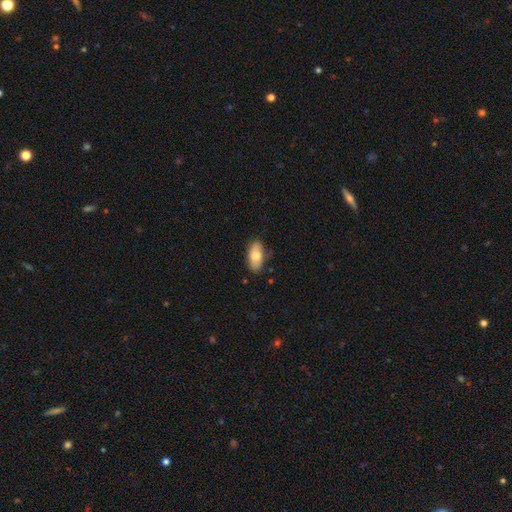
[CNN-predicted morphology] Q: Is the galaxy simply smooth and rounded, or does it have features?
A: smooth — 79%.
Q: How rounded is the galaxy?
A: in between — 89%.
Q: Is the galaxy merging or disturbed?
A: none — 76%.